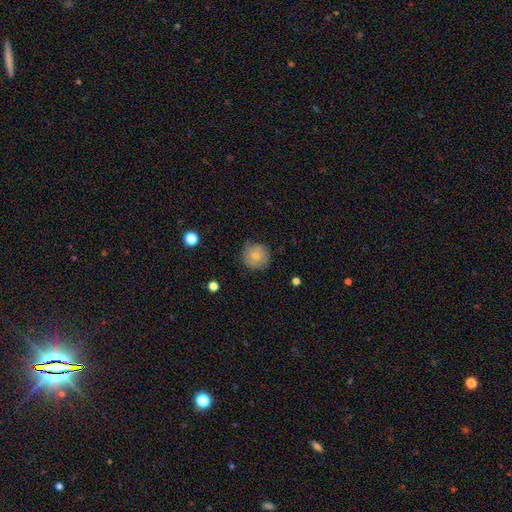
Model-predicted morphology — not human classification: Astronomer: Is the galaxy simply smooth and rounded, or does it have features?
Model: smooth — 70%.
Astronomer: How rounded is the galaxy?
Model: round — 93%.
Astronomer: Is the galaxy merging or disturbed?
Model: none — 76%.